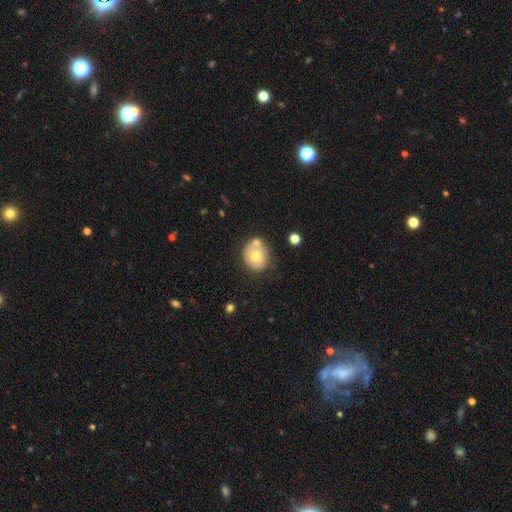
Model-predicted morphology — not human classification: Smooth or featured? Predicted: smooth (p=0.70). How rounded? Predicted: round (p=0.65). Merging? Predicted: none (p=0.54).